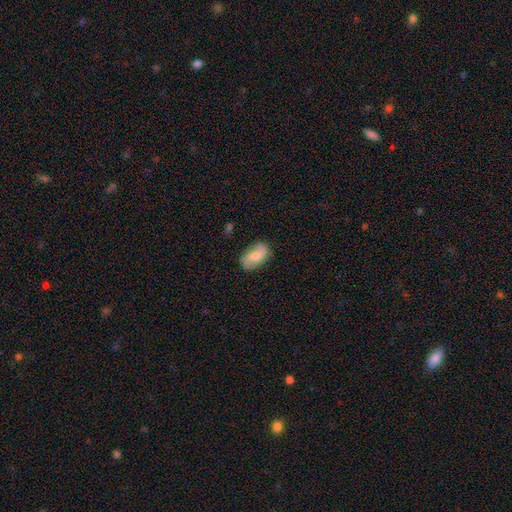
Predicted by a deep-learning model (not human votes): Smooth or featured?
  - smooth: 49% *
  - featured or disk: 43%
  - star or artifact: 7%
Merging?
  - none: 73% *
  - minor disturbance: 20%
  - major disturbance: 6%
  - merger: 2%